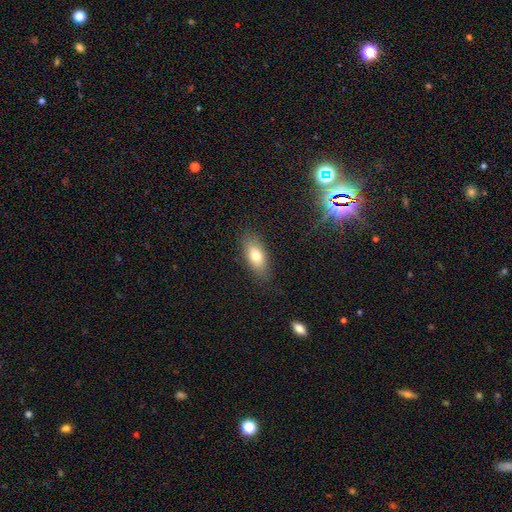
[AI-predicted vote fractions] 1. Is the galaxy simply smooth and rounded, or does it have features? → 76% smooth, 16% featured or disk, 8% star or artifact.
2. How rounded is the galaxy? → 81% in between, 15% cigar-shaped, 4% round.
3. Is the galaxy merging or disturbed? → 85% none, 11% minor disturbance, 3% major disturbance, 1% merger.